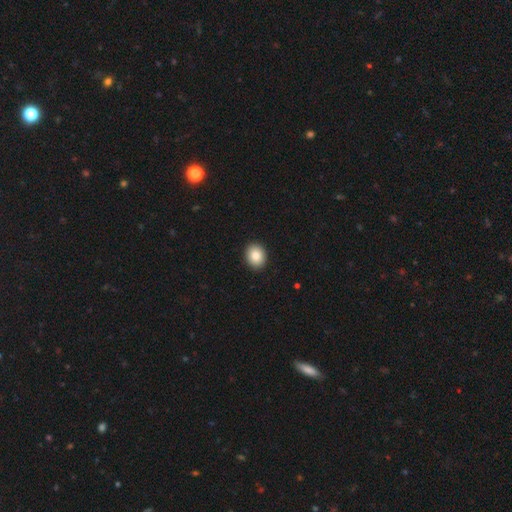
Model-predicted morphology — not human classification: Smooth or featured: smooth — 86% (star or artifact — 8%)
How rounded: round — 51% (in between — 48%)
Merging: none — 92% (minor disturbance — 6%)